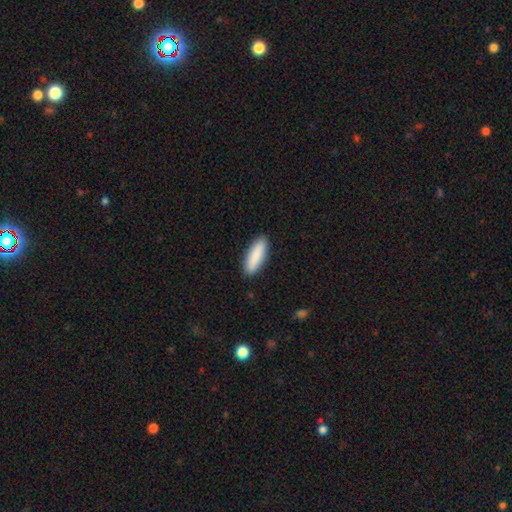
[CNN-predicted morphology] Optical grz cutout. It shows a smooth galaxy with no disk features (88%) that is in between round and cigar-shaped (50%). Merging: none (90%).